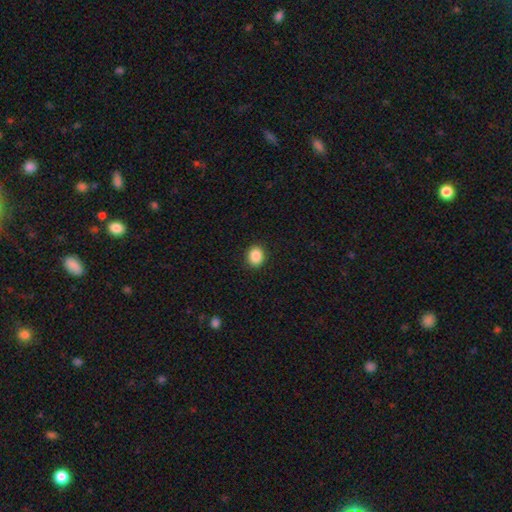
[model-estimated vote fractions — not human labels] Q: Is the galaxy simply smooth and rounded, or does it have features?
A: smooth — 88%.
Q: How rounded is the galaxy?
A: round — 66%.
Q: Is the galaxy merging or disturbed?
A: none — 90%.